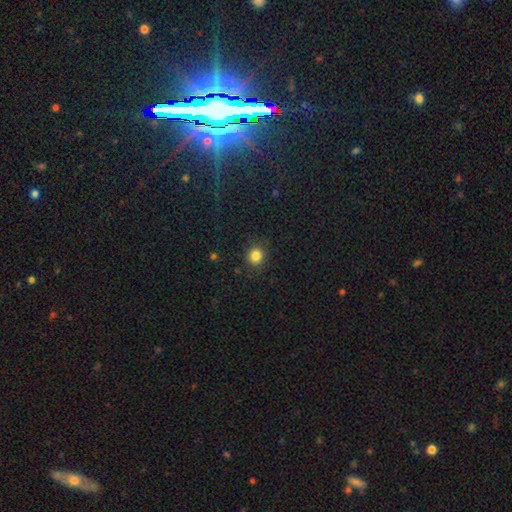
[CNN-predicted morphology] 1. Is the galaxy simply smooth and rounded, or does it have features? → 84% smooth, 12% star or artifact, 4% featured or disk.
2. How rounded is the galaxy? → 86% round, 13% in between, 1% cigar-shaped.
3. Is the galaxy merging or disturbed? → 88% none, 8% minor disturbance, 3% major disturbance, 1% merger.